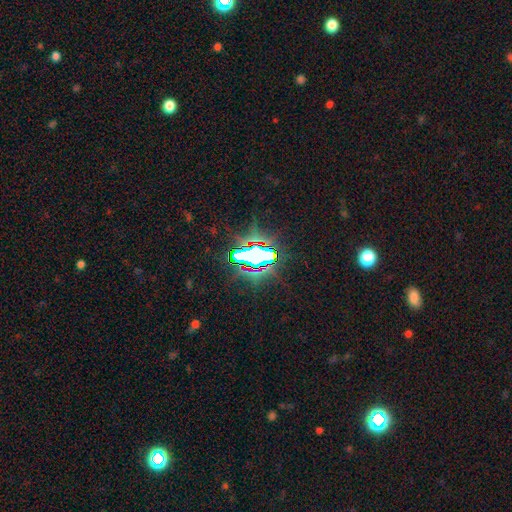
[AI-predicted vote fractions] Smooth or featured? Predicted: star or artifact (p=0.71).